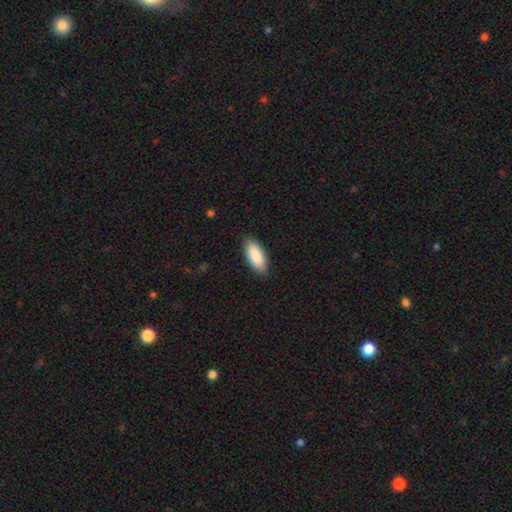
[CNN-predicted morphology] type=smooth (89%); roundness=in between (87%); merging=none (88%).